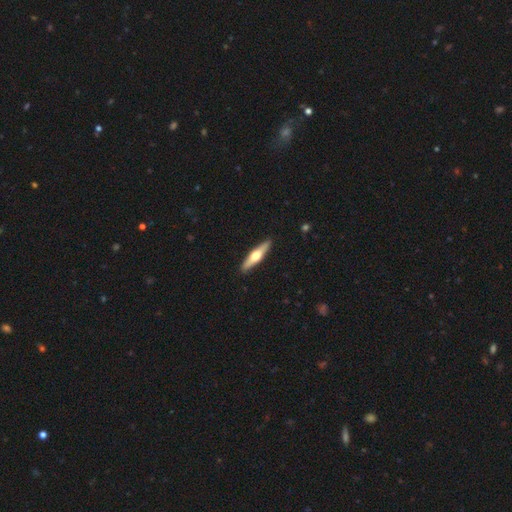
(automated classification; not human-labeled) Smooth or featured: featured or disk — 56% (smooth — 39%)
Edge-on disk: yes — 95% (no — 5%)
Edge-on bulge: rounded — 94% (boxy — 3%)
Merging: none — 91% (minor disturbance — 6%)